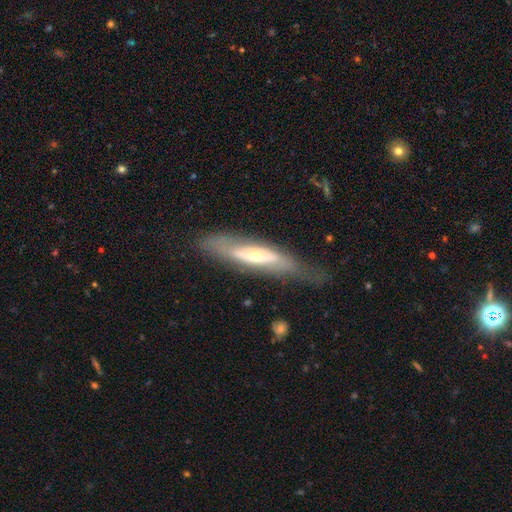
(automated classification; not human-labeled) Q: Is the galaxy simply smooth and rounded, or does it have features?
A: featured or disk — 65%.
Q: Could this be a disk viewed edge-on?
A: no — 52%.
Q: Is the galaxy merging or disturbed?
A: none — 63%.